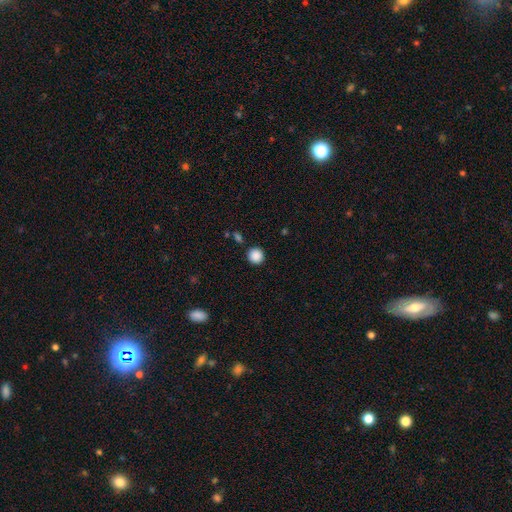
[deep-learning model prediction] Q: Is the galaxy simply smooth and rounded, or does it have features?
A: smooth — 88%.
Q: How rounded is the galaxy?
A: round — 94%.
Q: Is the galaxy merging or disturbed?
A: none — 89%.